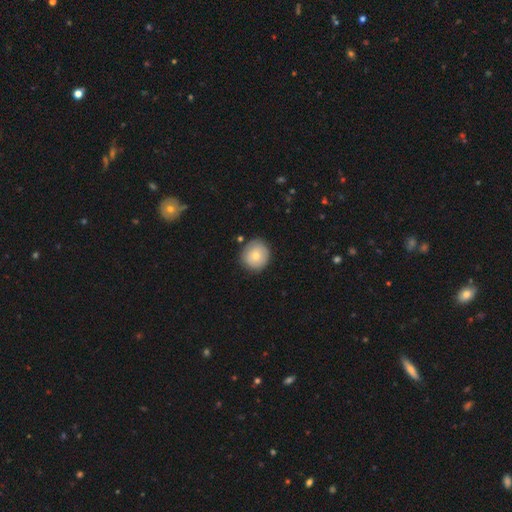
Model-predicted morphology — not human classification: Q: Smooth or featured?
A: smooth (73%); runner-up: featured or disk (19%)
Q: How rounded?
A: round (91%); runner-up: in between (8%)
Q: Merging?
A: none (85%); runner-up: minor disturbance (11%)